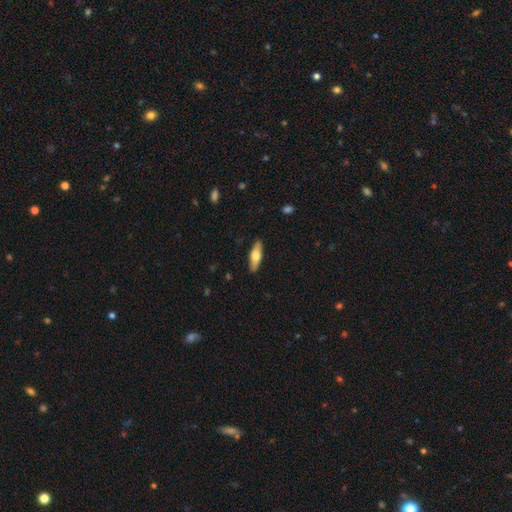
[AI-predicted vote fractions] A smooth galaxy with no disk features (58%) that is cigar-shaped (50%).

Vote fractions:
- Smooth or featured? smooth: 58% / featured or disk: 37% / star or artifact: 5%
- How rounded? cigar-shaped: 50% / in between: 48% / round: 2%
- Merging? none: 89% / minor disturbance: 9% / major disturbance: 2% / merger: 1%